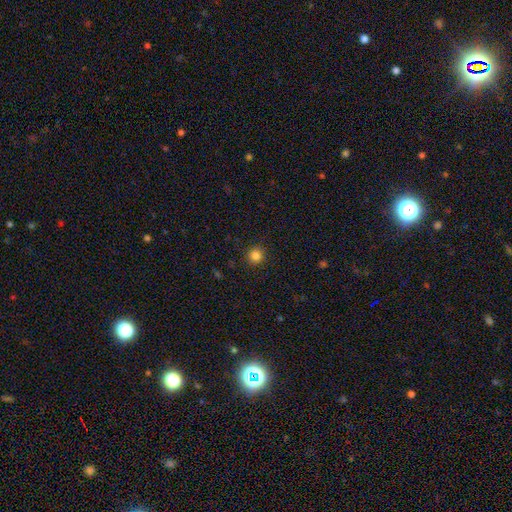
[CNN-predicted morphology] This is clearly a smooth galaxy (84%). How rounded: clearly round (94%). Merging: clearly none (91%).